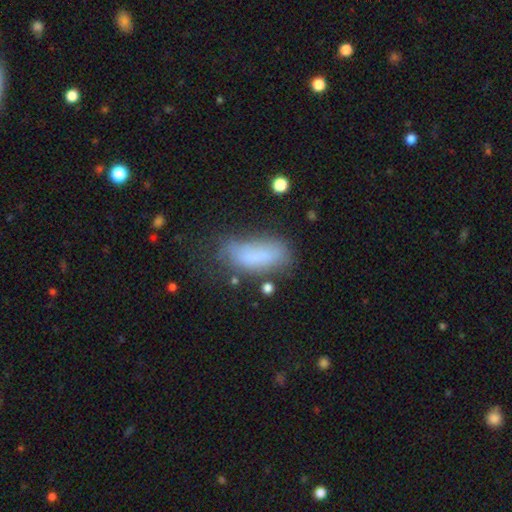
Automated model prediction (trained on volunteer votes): Overall: smooth (74%). How rounded: in between (77%). Merging: none (43%; minor disturbance 31%).